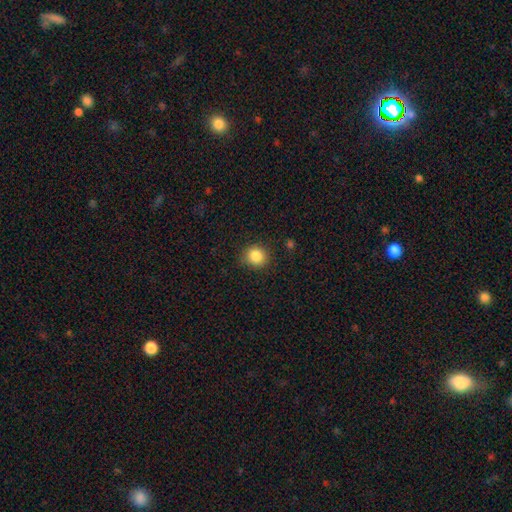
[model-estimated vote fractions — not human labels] This appears to be a smooth galaxy with no disk features (85%) that is round (86%). Merging: none (86%).